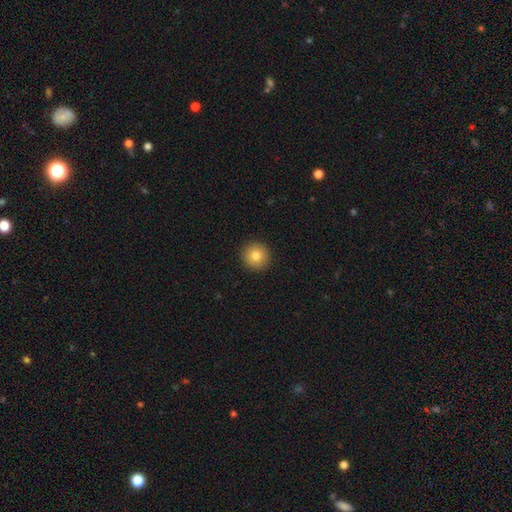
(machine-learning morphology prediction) type=smooth (82%); roundness=round (95%); merging=none (93%).